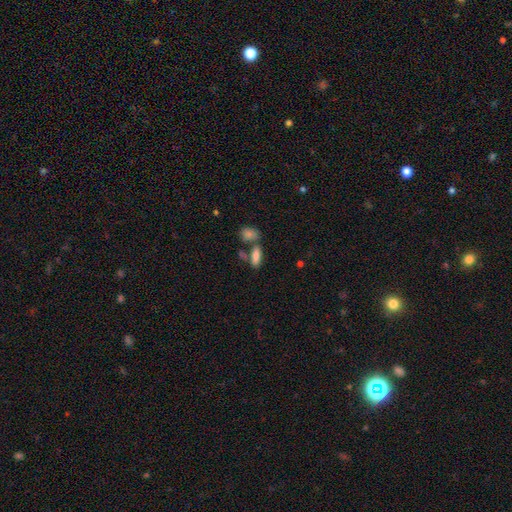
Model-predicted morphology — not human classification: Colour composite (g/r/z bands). It shows a smooth galaxy with no disk features (80%) that is in between round and cigar-shaped (69%). Merging: none (52%).